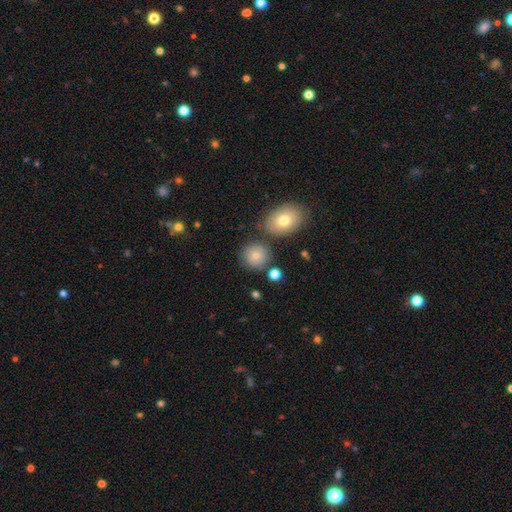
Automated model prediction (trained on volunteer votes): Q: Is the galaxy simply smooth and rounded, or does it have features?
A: smooth — 78%.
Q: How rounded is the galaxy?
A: round — 87%.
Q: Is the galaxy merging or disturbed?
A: none — 78%.